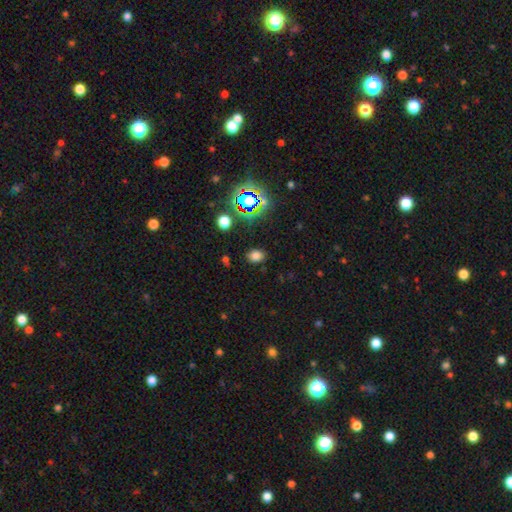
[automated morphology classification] This appears to be a smooth galaxy with no disk features (73%) that is in between round and cigar-shaped (66%). Merging: none (83%).